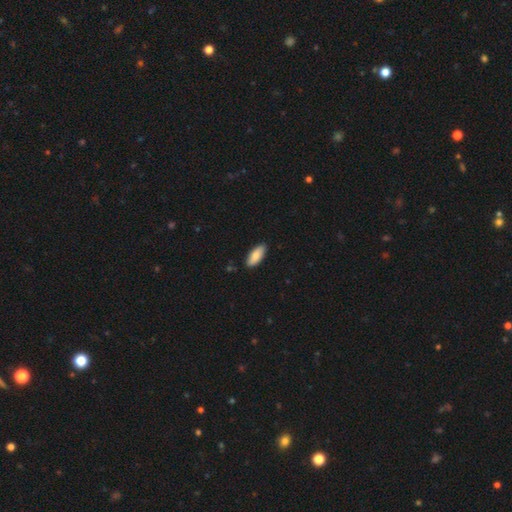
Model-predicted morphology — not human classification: This is clearly a smooth galaxy (84%). How rounded: clearly in between (80%). Merging: clearly none (86%).